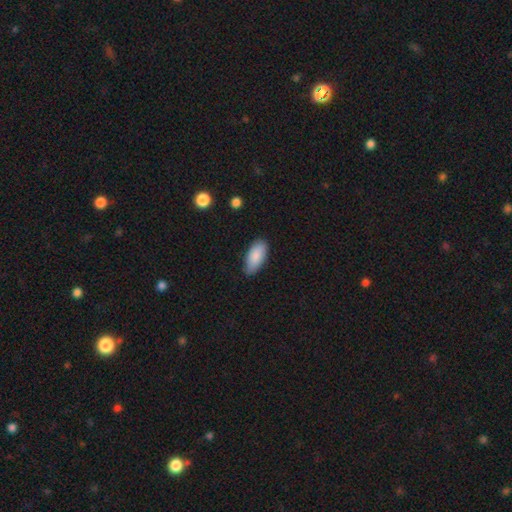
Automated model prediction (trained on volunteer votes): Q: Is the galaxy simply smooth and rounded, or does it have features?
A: smooth — 86%.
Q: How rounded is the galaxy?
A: in between — 90%.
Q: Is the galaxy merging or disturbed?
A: none — 77%.